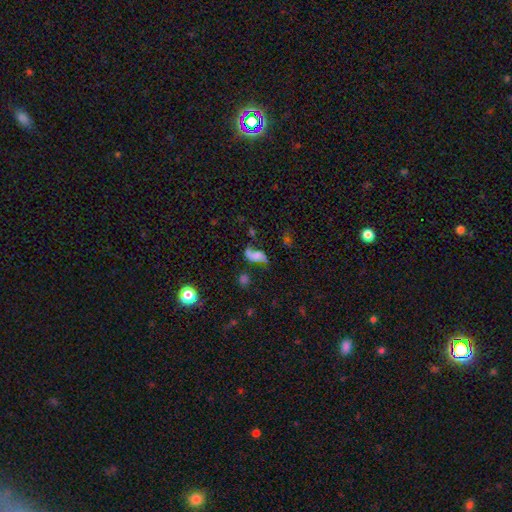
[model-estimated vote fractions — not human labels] A featured or disk galaxy (69%) with no bar (58%), 2 (89%) loose (82%) spiral arms (91%) and no central bulge (35%).

Vote fractions:
- Smooth or featured? featured or disk: 69% / smooth: 21% / star or artifact: 11%
- Edge-on disk? no: 96% / yes: 4%
- Bar? no: 58% / weak: 31% / strong: 11%
- Spiral arms? yes: 91% / no: 9%
- Spiral winding? loose: 82% / medium: 14% / tight: 4%
- Spiral arm count? 2: 89% / 1: 6% / can't tell: 3% / 3: 1% / 4: 1% / more than 4: 1%
- Bulge size? none: 35% / small: 30% / moderate: 23% / large: 9% / dominant: 3%
- Merging? none: 54% / minor disturbance: 21% / major disturbance: 18% / merger: 7%